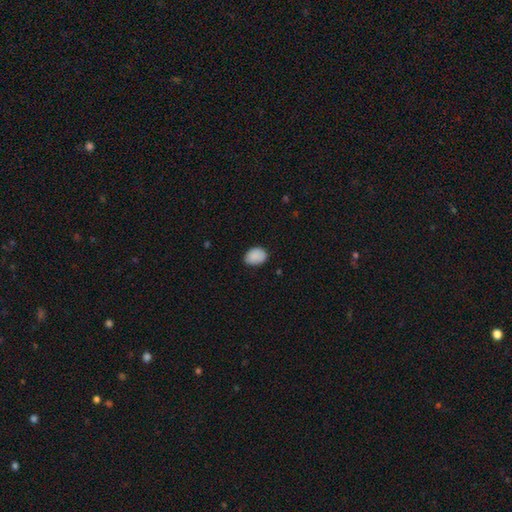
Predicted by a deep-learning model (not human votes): smooth_or_featured: smooth (p=0.88) [alt: star or artifact p=0.07]
how_rounded: in between (p=0.73) [alt: round p=0.27]
merging: none (p=0.78) [alt: minor disturbance p=0.18]